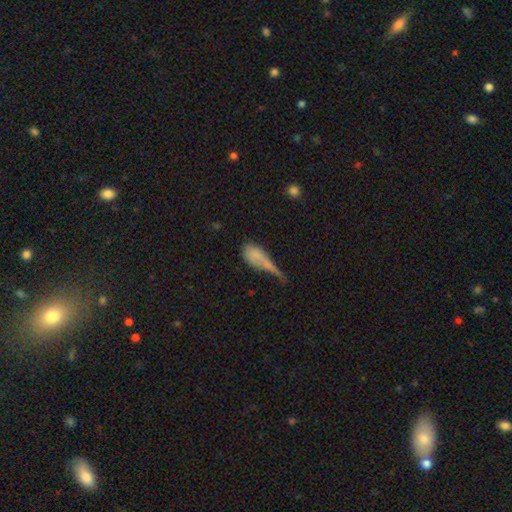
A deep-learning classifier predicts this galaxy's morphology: The model was most divided on "merging": major disturbance: 42%, minor disturbance: 26%, none: 19%, merger: 12%. More confident: how rounded — in between (71%); smooth or featured — smooth (66%).